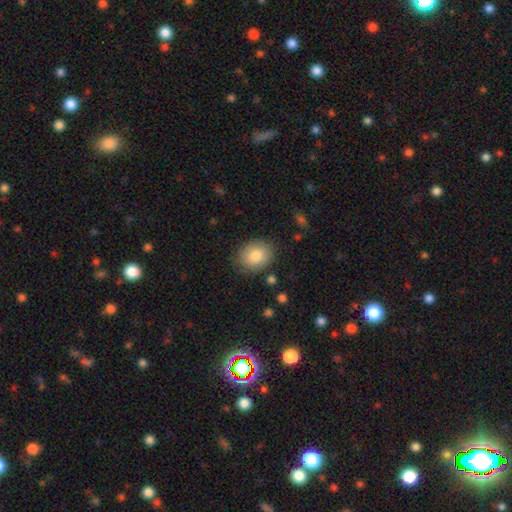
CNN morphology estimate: Smooth or featured?
  - smooth: 82% *
  - featured or disk: 10%
  - star or artifact: 7%
How rounded?
  - in between: 57% *
  - round: 42%
  - cigar-shaped: 1%
Merging?
  - none: 84% *
  - minor disturbance: 12%
  - major disturbance: 3%
  - merger: 2%